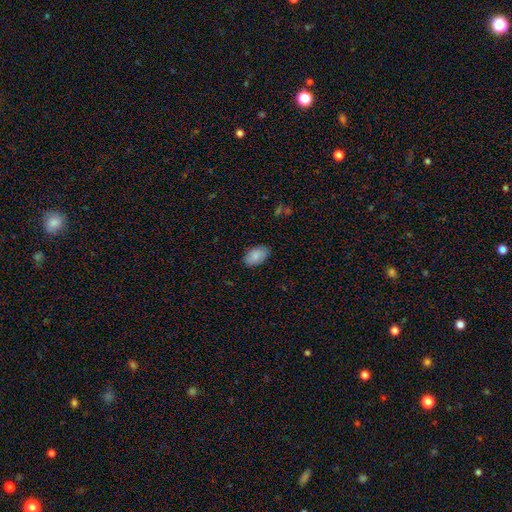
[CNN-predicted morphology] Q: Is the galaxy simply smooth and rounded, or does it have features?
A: smooth — 86%.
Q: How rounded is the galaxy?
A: in between — 93%.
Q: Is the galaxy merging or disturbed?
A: none — 85%.